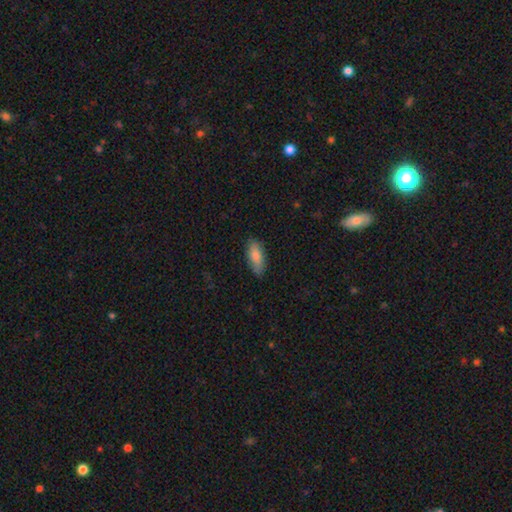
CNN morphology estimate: The model was most divided on "how rounded": in between: 80%, cigar-shaped: 18%, round: 2%. More confident: smooth or featured — smooth (83%); merging — none (83%).